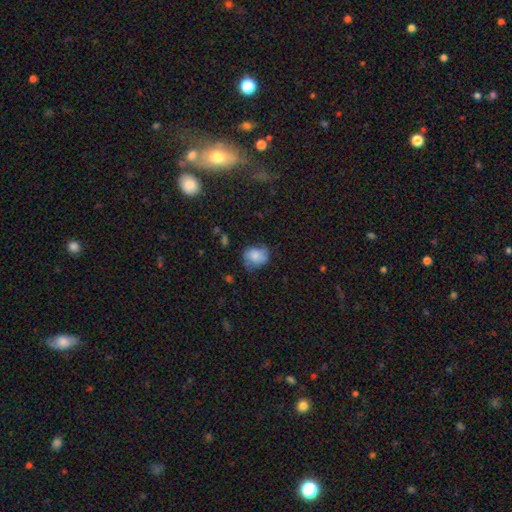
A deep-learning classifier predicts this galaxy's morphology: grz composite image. It shows a smooth galaxy with no disk features (71%) that is round (56%). Merging: none (56%).